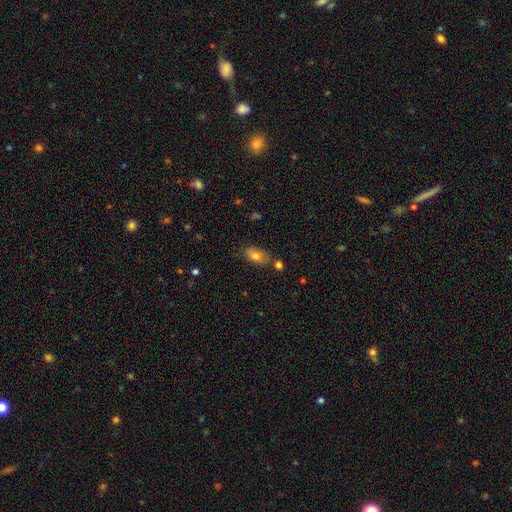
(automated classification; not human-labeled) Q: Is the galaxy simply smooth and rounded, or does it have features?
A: smooth — 81%.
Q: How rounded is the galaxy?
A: in between — 89%.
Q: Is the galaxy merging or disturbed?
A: none — 69%.